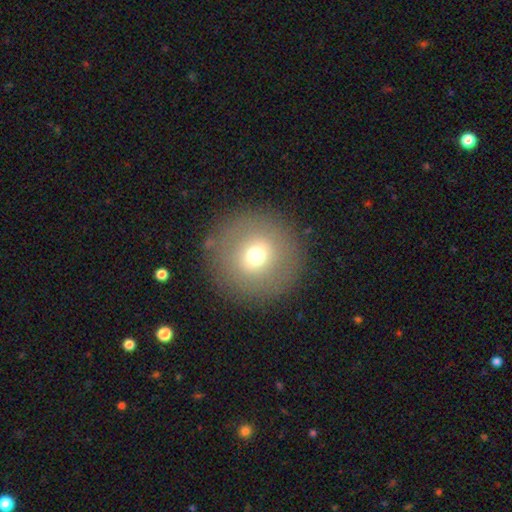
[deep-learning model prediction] smooth-or-featured: smooth: 66% | featured or disk: 19% | star or artifact: 16%
  how-rounded: round: 95% | in between: 4% | cigar-shaped: 1%
  merging: none: 86% | minor disturbance: 7% | major disturbance: 5% | merger: 1%